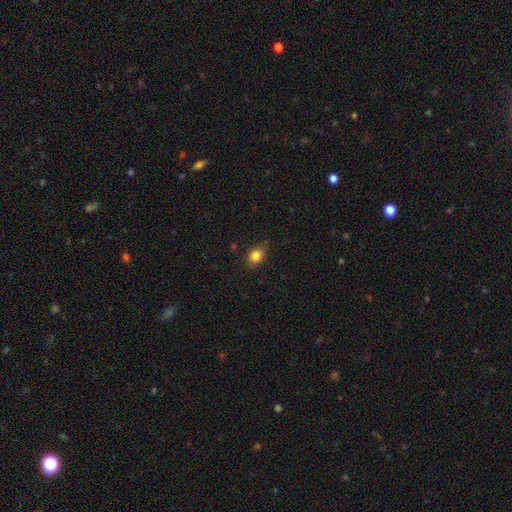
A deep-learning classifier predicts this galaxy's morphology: smooth 83%, star or artifact 10%, featured or disk 6%. Down the decision tree: how rounded — in between (57%); merging — none (81%).